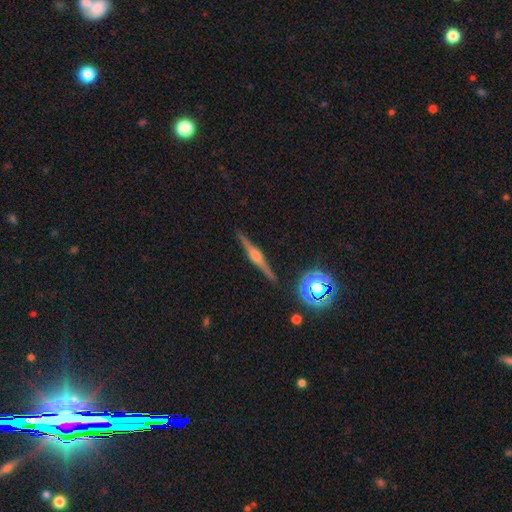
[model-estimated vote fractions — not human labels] A featured or disk galaxy (80%) viewed edge-on (98%) with a rounded central bulge (88%).

Vote fractions:
- Smooth or featured? featured or disk: 80% / smooth: 11% / star or artifact: 9%
- Edge-on disk? yes: 98% / no: 2%
- Edge-on bulge? rounded: 88% / boxy: 8% / none: 3%
- Merging? none: 91% / minor disturbance: 6% / major disturbance: 1% / merger: 1%